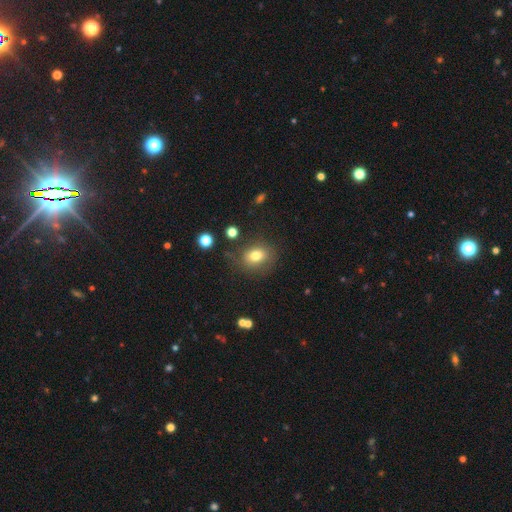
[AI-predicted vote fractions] This is likely a smooth galaxy (79%). How rounded: possibly in between (51%). Merging: likely none (75%).